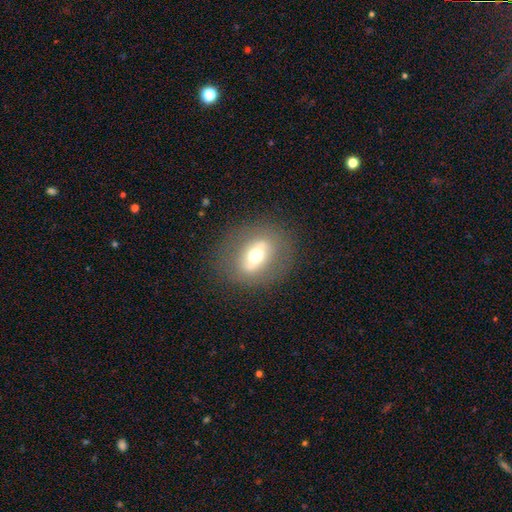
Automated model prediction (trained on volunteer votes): This appears to be a smooth galaxy with no disk features (45%, tied with featured or disk). Merging: none (82%).